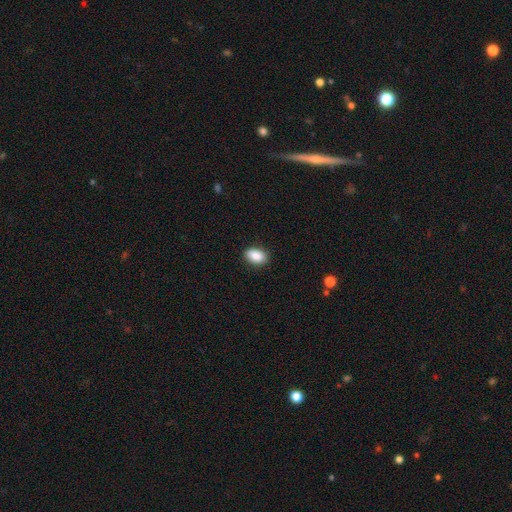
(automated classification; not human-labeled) smooth 89%, star or artifact 7%, featured or disk 3%. Down the decision tree: how rounded — in between (88%); merging — none (86%).